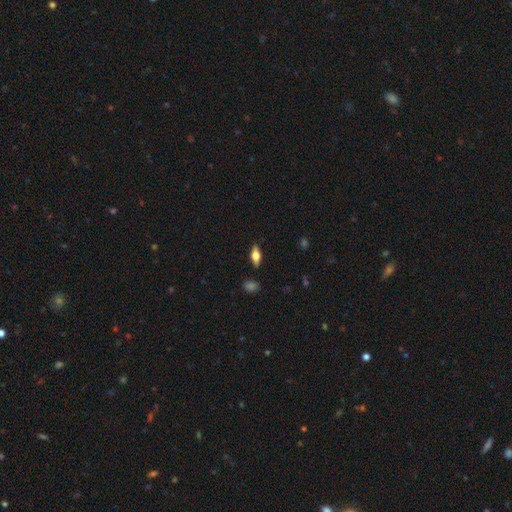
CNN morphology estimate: Smooth or featured: smooth — 54% (featured or disk — 38%)
How rounded: in between — 75% (cigar-shaped — 20%)
Merging: none — 86% (minor disturbance — 10%)